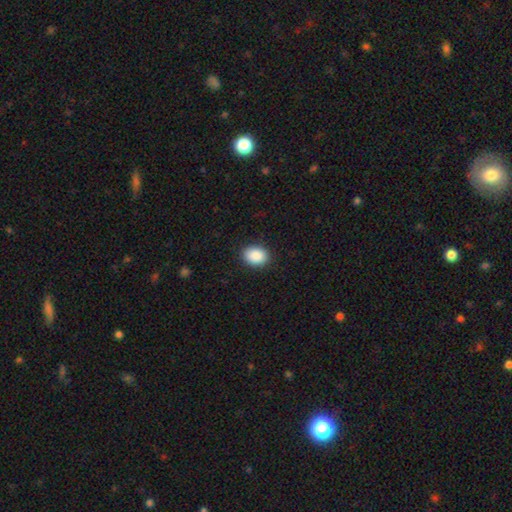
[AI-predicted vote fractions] Smooth or featured? smooth (90%)
How rounded? in between (67%)
Merging? none (90%)